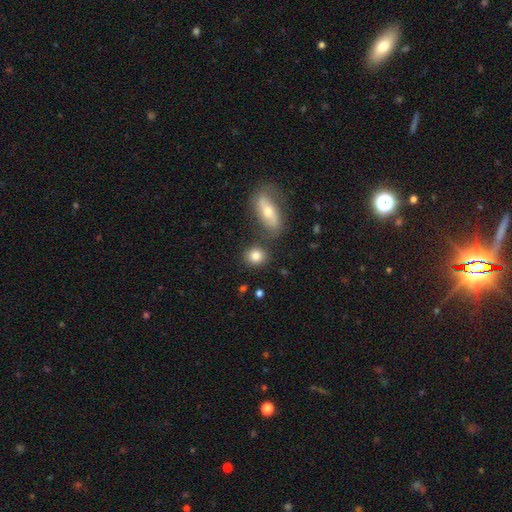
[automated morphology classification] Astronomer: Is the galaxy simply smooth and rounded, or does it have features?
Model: smooth — 82%.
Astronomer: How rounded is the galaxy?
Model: round — 70%.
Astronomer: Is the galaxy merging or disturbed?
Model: none — 74%.